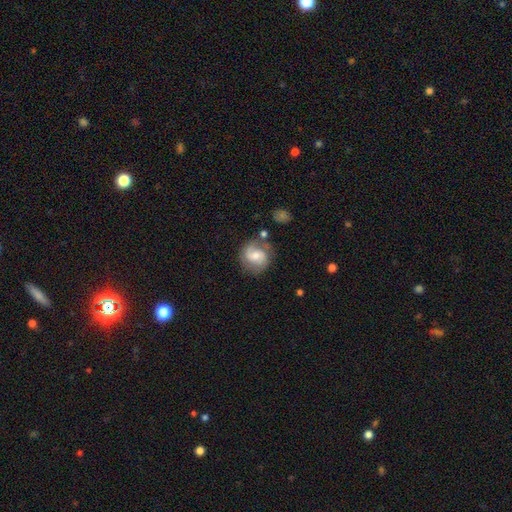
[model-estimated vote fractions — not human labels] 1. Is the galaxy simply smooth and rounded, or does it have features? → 63% featured or disk, 30% smooth, 7% star or artifact.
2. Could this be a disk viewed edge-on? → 97% no, 3% yes.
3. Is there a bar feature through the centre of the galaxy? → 50% no, 40% weak, 10% strong.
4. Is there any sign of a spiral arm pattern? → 88% yes, 12% no.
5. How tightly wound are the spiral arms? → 48% medium, 30% tight, 22% loose.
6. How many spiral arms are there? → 81% 2, 10% can't tell, 5% 1, 2% 3, 1% 4, 1% more than 4.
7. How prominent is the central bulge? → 56% moderate, 37% small, 4% large, 2% none, 1% dominant.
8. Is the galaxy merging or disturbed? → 67% none, 19% minor disturbance, 8% major disturbance, 7% merger.